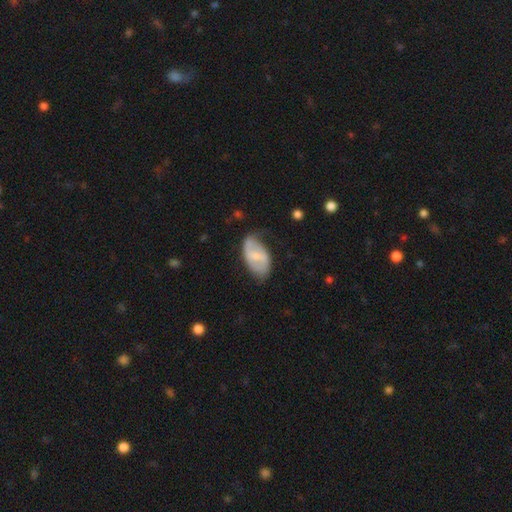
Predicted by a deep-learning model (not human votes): smooth_or_featured: featured or disk (p=0.51) [alt: smooth p=0.42]
disk_edge_on: no (p=0.95) [alt: yes p=0.05]
merging: none (p=0.56) [alt: minor disturbance p=0.32]